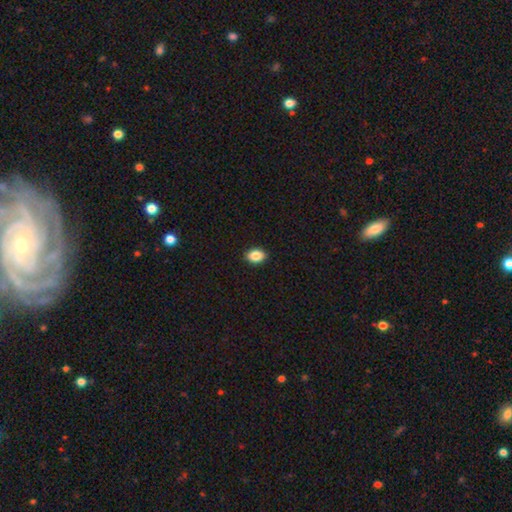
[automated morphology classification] smooth 87%, star or artifact 8%, featured or disk 5%. Down the decision tree: how rounded — in between (79%); merging — none (91%).